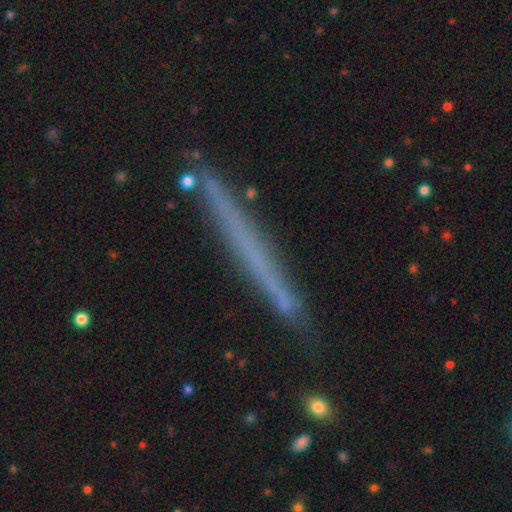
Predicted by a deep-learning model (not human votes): Smooth or featured: featured or disk — 53% (smooth — 38%)
Edge-on disk: yes — 96% (no — 4%)
Edge-on bulge: none — 90% (rounded — 6%)
Merging: none — 84% (minor disturbance — 11%)